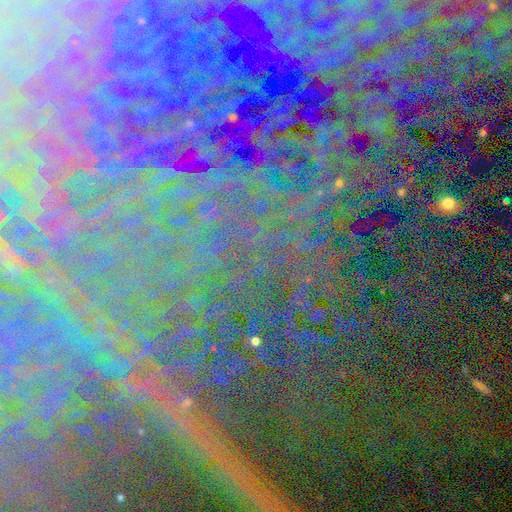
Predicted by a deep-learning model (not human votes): A star or artifact, not a galaxy (84%).